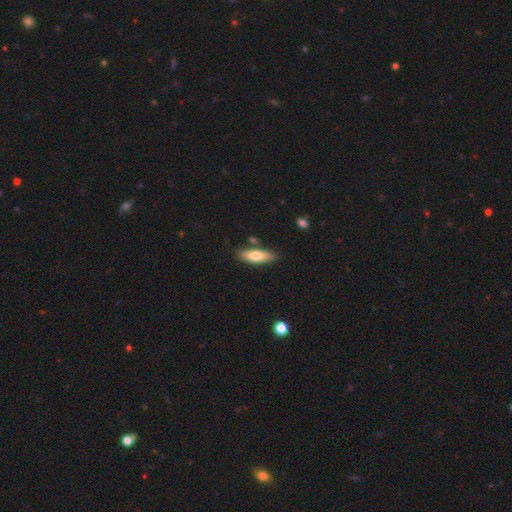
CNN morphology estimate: Smooth or featured: smooth — 70% (featured or disk — 24%)
How rounded: in between — 49% (cigar-shaped — 48%)
Merging: none — 79% (minor disturbance — 12%)